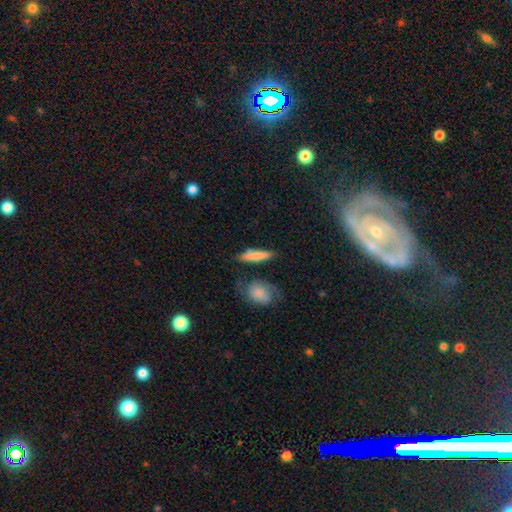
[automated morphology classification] Smooth or featured: smooth — 76% (featured or disk — 18%)
How rounded: cigar-shaped — 74% (in between — 23%)
Merging: none — 70% (minor disturbance — 17%)